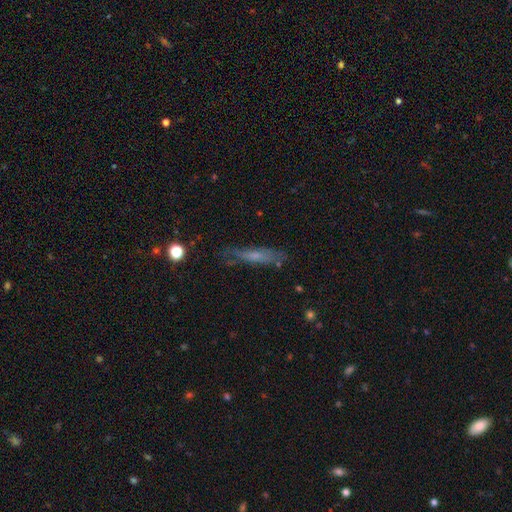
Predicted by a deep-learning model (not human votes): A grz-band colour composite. It shows a featured or disk galaxy (45%, tied with smooth). Merging: none (67%).